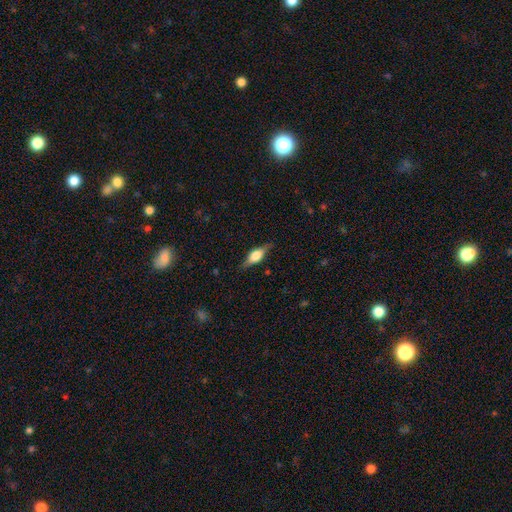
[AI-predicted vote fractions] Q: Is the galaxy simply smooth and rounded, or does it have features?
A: featured or disk — 53%.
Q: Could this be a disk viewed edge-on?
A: yes — 94%.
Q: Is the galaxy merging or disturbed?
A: none — 82%.